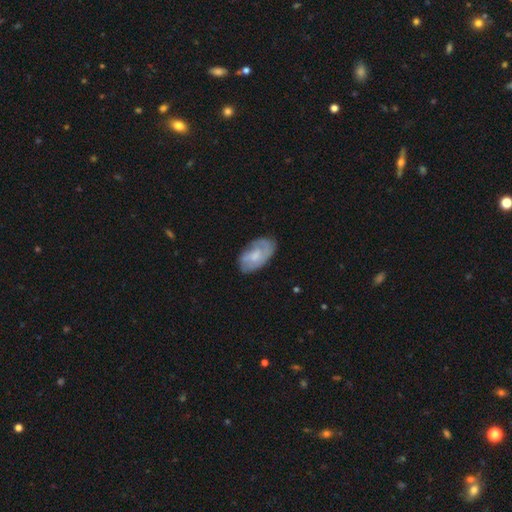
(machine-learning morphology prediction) This appears to be a smooth galaxy with no disk features (47%). Merging: none (68%).